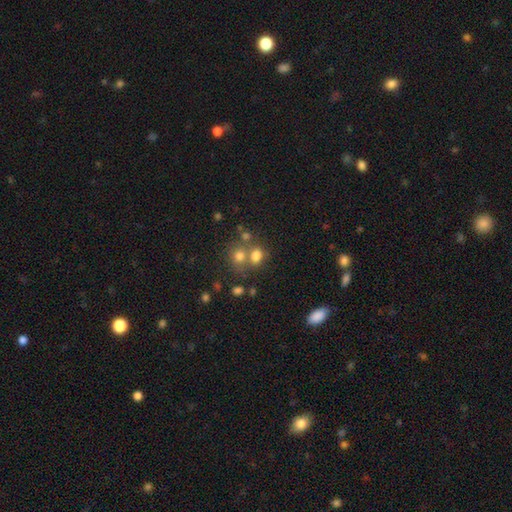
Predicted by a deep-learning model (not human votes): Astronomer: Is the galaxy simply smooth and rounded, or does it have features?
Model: smooth — 72%.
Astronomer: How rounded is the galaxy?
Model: round — 57% (runner-up: in between, 42%).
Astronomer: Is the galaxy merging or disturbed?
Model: none — 44% (runner-up: merger, 42%).